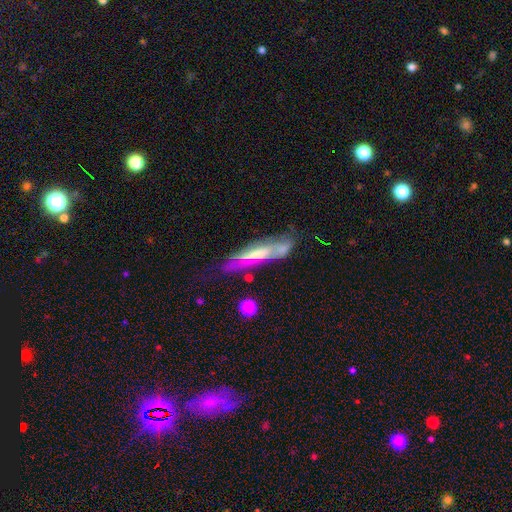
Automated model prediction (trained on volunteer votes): Smooth or featured: featured or disk — 64% (smooth — 28%)
Edge-on disk: yes — 52% (no — 48%)
Merging: none — 52% (minor disturbance — 26%)